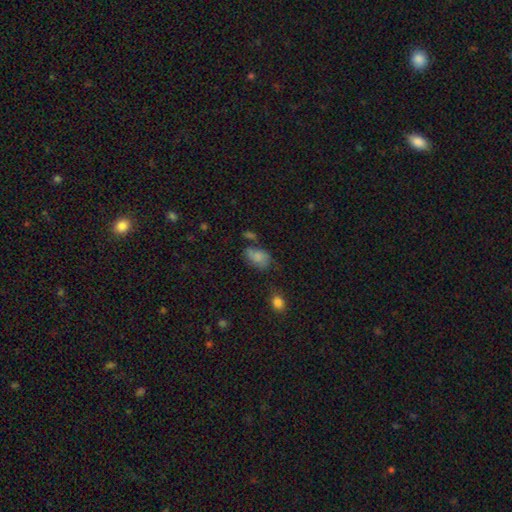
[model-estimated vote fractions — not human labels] Q: Smooth or featured?
A: smooth (68%); runner-up: featured or disk (18%)
Q: How rounded?
A: in between (81%); runner-up: round (17%)
Q: Merging?
A: none (46%); runner-up: minor disturbance (28%)